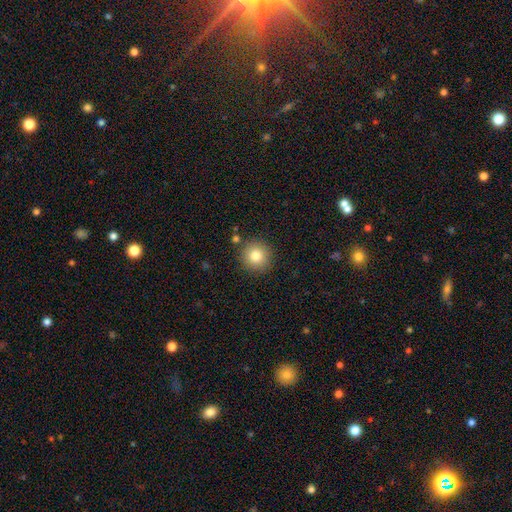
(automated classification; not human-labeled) smooth 81%, star or artifact 11%, featured or disk 8%. Down the decision tree: how rounded — round (94%); merging — none (87%).